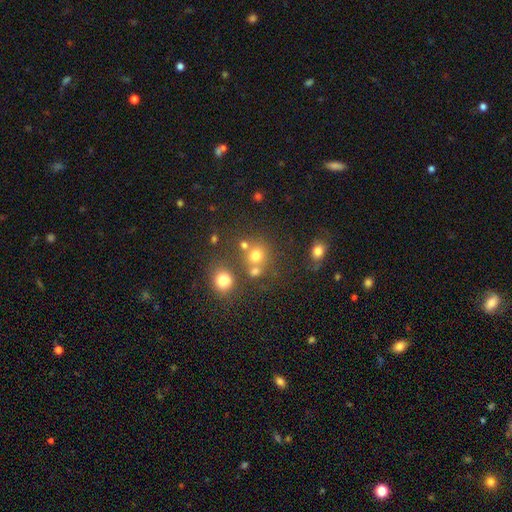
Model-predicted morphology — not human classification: This is likely a smooth galaxy (71%). How rounded: clearly round (81%). Merging: possibly none (58%).